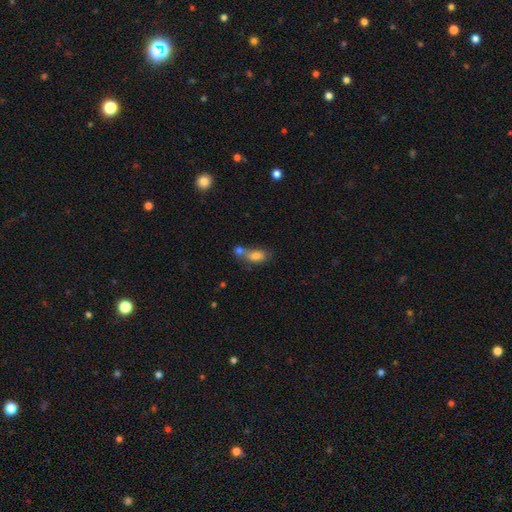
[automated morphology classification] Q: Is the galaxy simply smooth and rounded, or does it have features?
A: smooth — 77%.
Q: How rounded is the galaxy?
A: in between — 81%.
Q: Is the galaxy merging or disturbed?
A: merger — 60%.